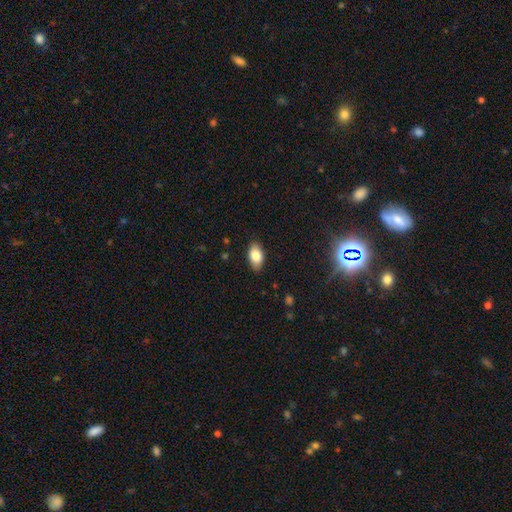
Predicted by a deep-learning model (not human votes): This appears to be a smooth galaxy with no disk features (83%) that is in between round and cigar-shaped (93%). Merging: none (86%).